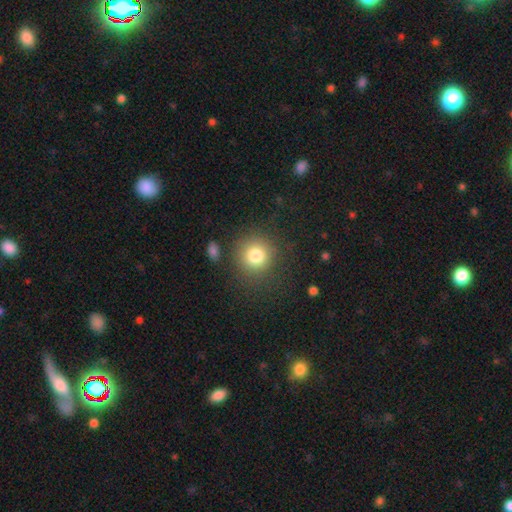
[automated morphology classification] A smooth galaxy with no disk features (80%) that is round (91%). Merging: none (84%).